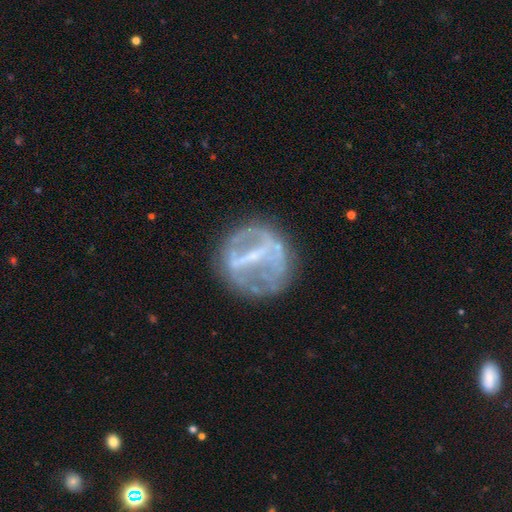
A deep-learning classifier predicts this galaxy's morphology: featured or disk 73%, smooth 17%, star or artifact 10%. Down the decision tree: edge-on disk — no (91%); bar — strong (69%); spiral arms — no (65%); bulge size — small (51%); merging — none (71%).